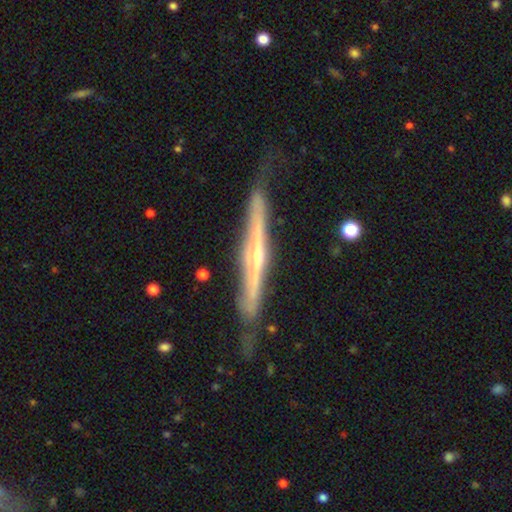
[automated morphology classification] This appears to be a featured or disk galaxy (80%) viewed edge-on (93%) with a rounded central bulge (70%). Merging: none (67%).